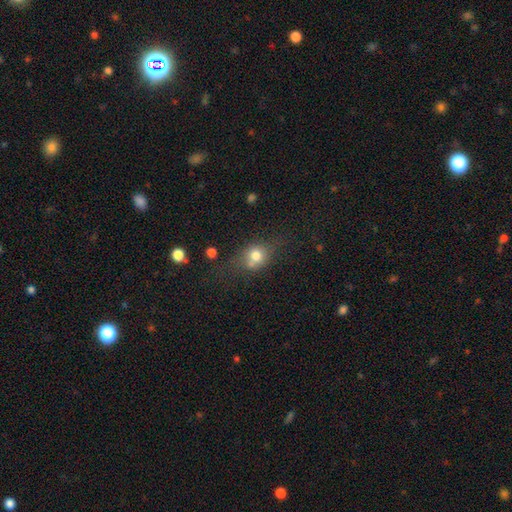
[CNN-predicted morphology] Smooth or featured? Predicted: smooth (p=0.71). How rounded? Predicted: round (p=0.62). Merging? Predicted: none (p=0.50).